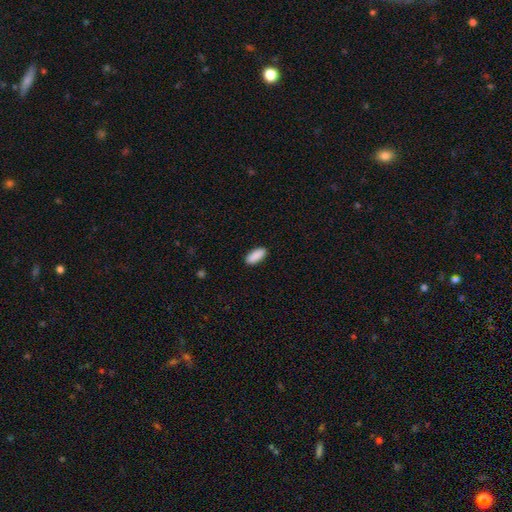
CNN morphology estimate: A smooth galaxy with no disk features (91%) that is in between round and cigar-shaped (82%). Merging: none (90%).